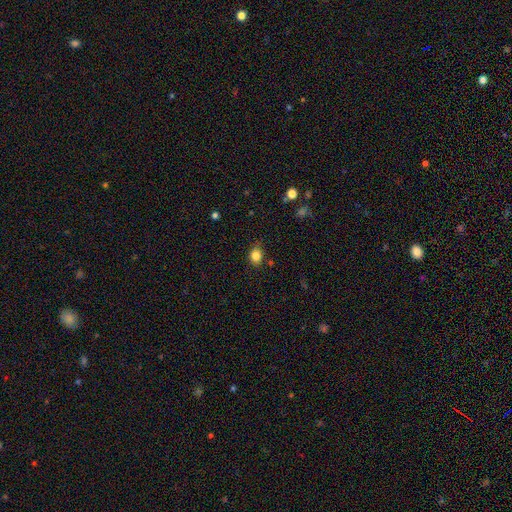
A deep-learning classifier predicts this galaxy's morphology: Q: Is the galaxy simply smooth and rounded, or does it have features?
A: smooth — 83%.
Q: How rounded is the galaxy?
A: round — 61%.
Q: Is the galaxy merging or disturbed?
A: none — 69%.